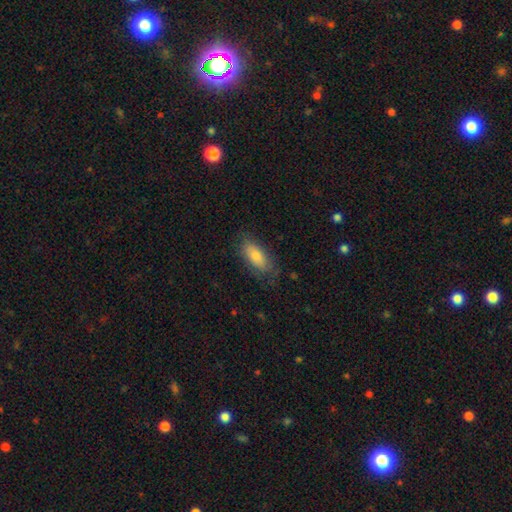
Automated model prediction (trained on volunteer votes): smooth 75%, featured or disk 18%, star or artifact 7%. Down the decision tree: how rounded — in between (82%); merging — none (73%).